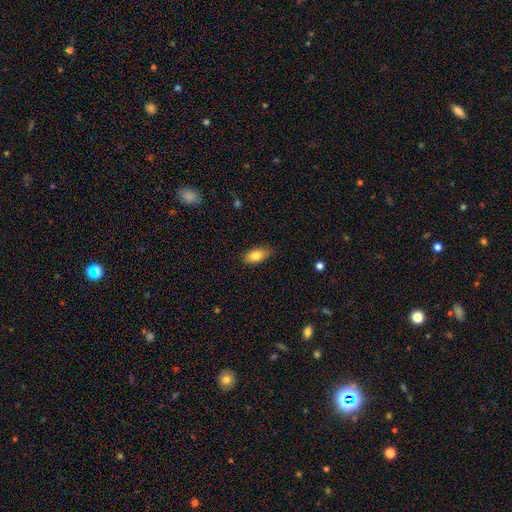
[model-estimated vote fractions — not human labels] The model was most divided on "merging": none: 80%, minor disturbance: 16%, major disturbance: 3%, merger: 1%. More confident: how rounded — in between (88%); smooth or featured — smooth (82%).